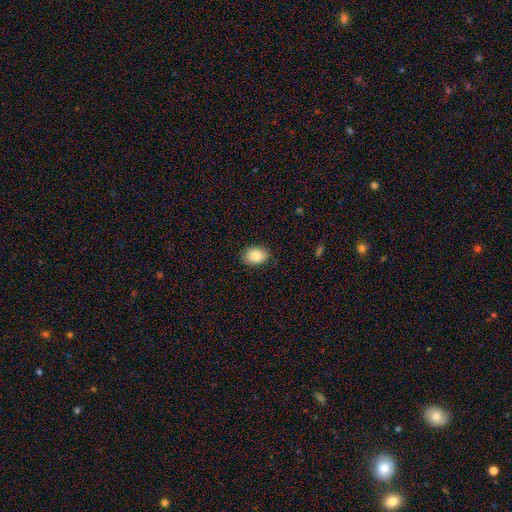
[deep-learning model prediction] smooth-or-featured: smooth: 84% | featured or disk: 8% | star or artifact: 7%
  how-rounded: in between: 77% | round: 22% | cigar-shaped: 1%
  merging: none: 88% | minor disturbance: 9% | major disturbance: 2% | merger: 1%